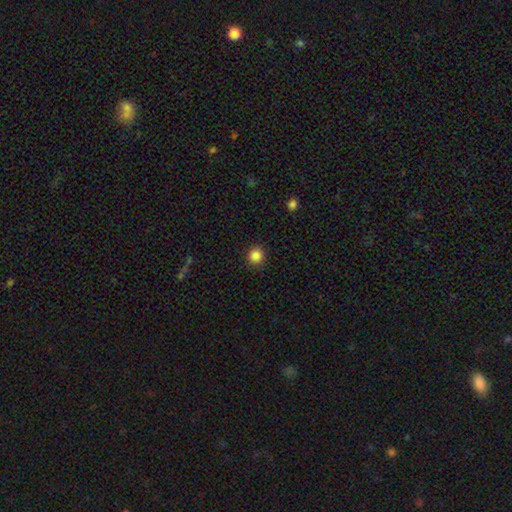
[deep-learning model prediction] Smooth or featured: smooth — 86% (star or artifact — 11%)
How rounded: round — 93% (in between — 6%)
Merging: none — 91% (minor disturbance — 6%)